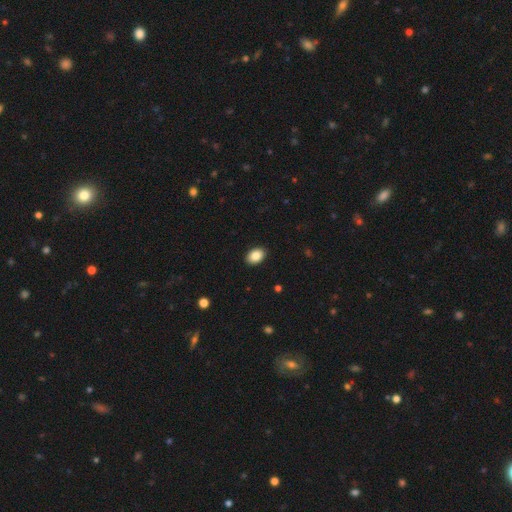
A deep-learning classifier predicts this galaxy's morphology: This is clearly a smooth galaxy (87%). How rounded: clearly in between (85%). Merging: clearly none (91%).